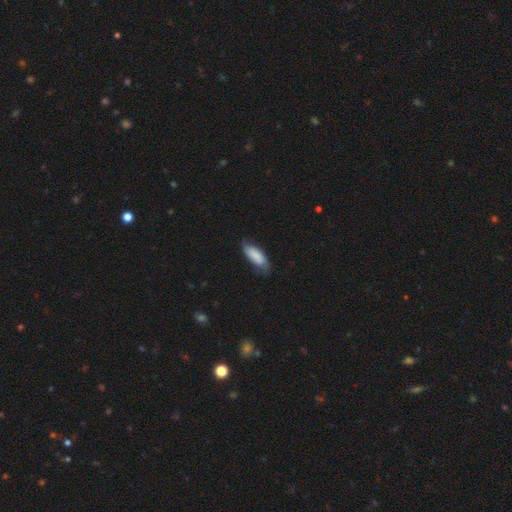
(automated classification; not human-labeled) A smooth galaxy with no disk features (71%) that is in between round and cigar-shaped (76%).

Vote fractions:
- Smooth or featured? smooth: 71% / featured or disk: 22% / star or artifact: 7%
- How rounded? in between: 76% / cigar-shaped: 23% / round: 2%
- Merging? none: 58% / minor disturbance: 31% / major disturbance: 9% / merger: 2%